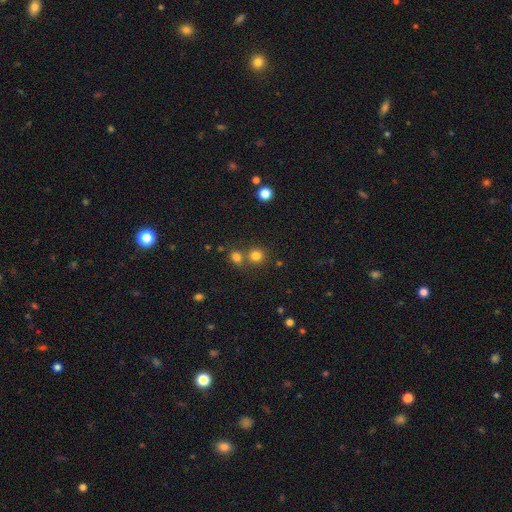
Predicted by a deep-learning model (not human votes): A smooth galaxy with no disk features (78%) that is round (88%).

Vote fractions:
- Smooth or featured? smooth: 78% / star or artifact: 16% / featured or disk: 6%
- How rounded? round: 88% / in between: 11% / cigar-shaped: 1%
- Merging? none: 63% / merger: 27% / minor disturbance: 7% / major disturbance: 3%